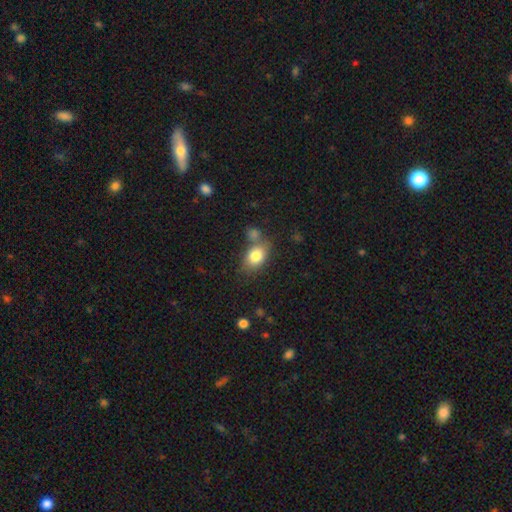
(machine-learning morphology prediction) The model was most divided on "merging": none: 59%, merger: 20%, minor disturbance: 16%, major disturbance: 5%. More confident: smooth or featured — smooth (81%); how rounded — in between (77%).